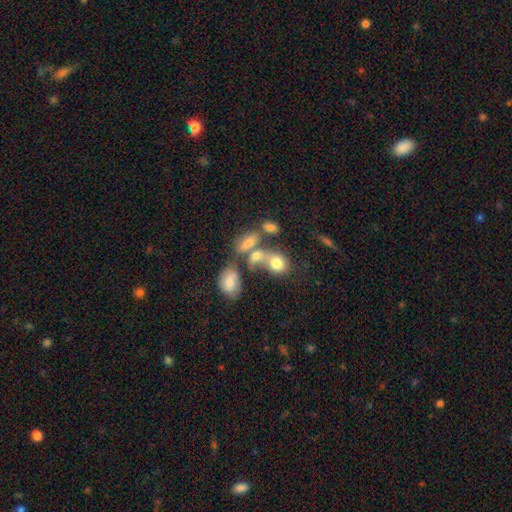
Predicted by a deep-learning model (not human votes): smooth_or_featured: smooth (p=0.68) [alt: featured or disk p=0.18]
how_rounded: in between (p=0.67) [alt: round p=0.26]
merging: merger (p=0.49) [alt: none p=0.30]